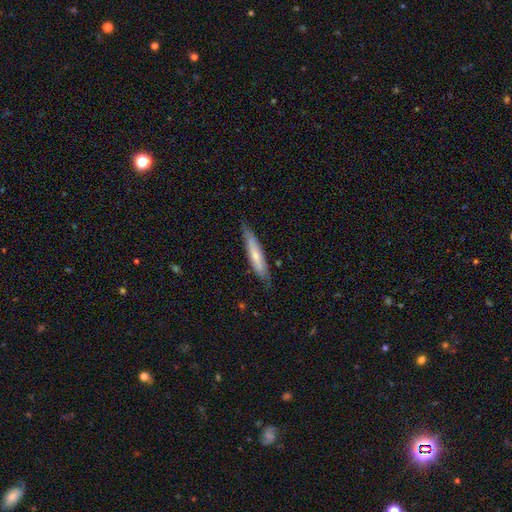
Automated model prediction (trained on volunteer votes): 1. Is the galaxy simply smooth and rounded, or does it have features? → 56% smooth, 38% featured or disk, 6% star or artifact.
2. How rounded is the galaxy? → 86% cigar-shaped, 12% in between, 1% round.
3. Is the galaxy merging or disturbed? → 77% none, 19% minor disturbance, 3% major disturbance, 1% merger.